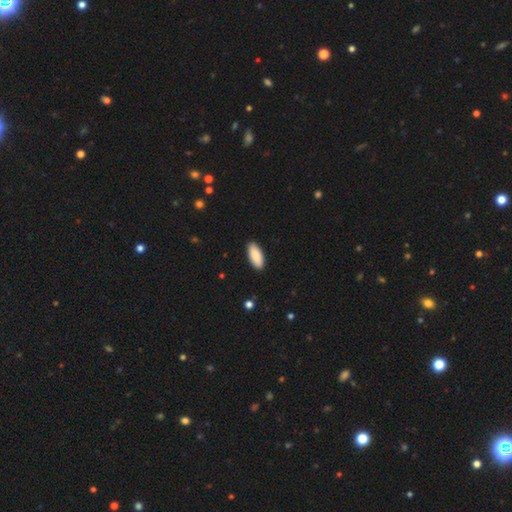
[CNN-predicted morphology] This appears to be a smooth galaxy with no disk features (89%) that is in between round and cigar-shaped (85%). Merging: none (90%).